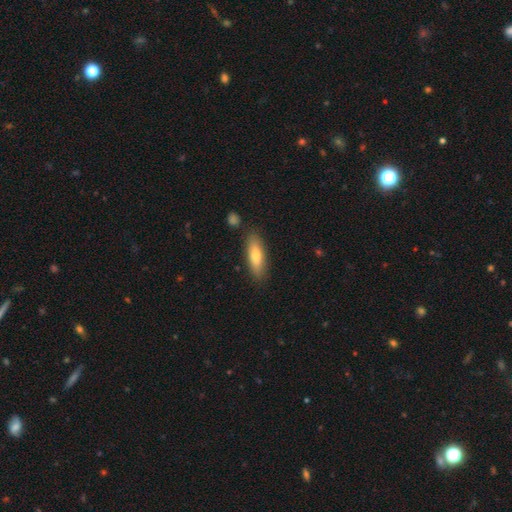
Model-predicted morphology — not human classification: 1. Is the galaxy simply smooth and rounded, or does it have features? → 72% smooth, 22% featured or disk, 7% star or artifact.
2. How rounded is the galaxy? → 52% cigar-shaped, 46% in between, 2% round.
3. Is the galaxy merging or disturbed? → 85% none, 10% minor disturbance, 3% merger, 2% major disturbance.